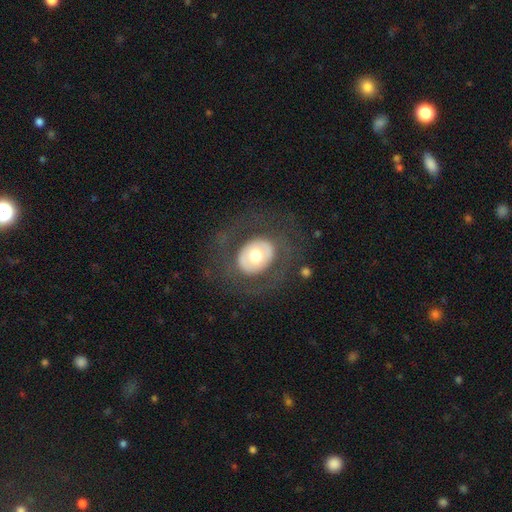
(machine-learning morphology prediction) Smooth or featured? smooth (47%)
Merging? none (75%)